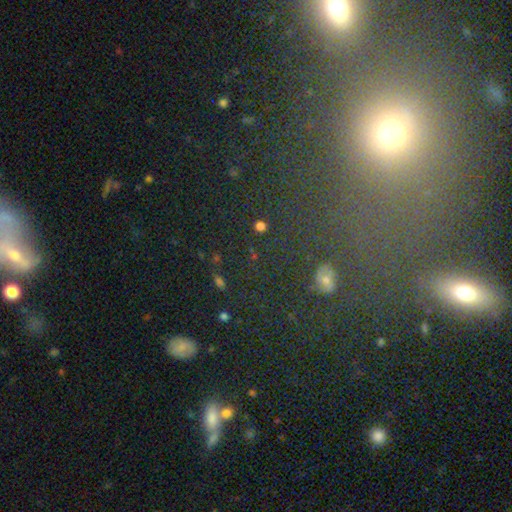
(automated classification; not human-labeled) Smooth or featured?
  - star or artifact: 53% *
  - smooth: 33%
  - featured or disk: 15%